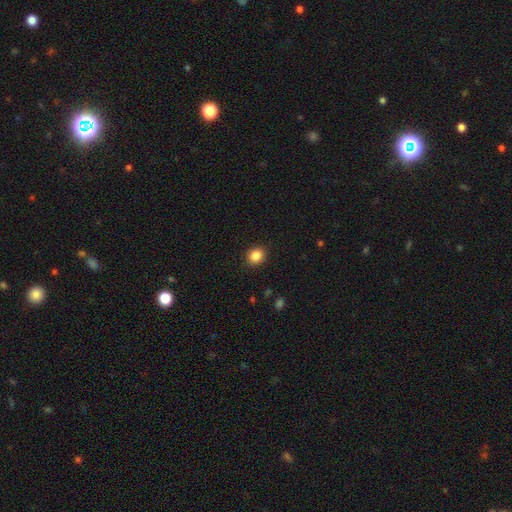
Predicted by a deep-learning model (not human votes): Q: Smooth or featured?
A: smooth (86%); runner-up: star or artifact (10%)
Q: How rounded?
A: round (69%); runner-up: in between (30%)
Q: Merging?
A: none (90%); runner-up: minor disturbance (7%)